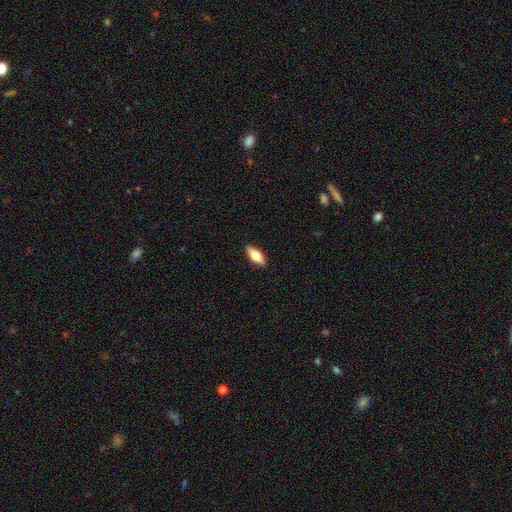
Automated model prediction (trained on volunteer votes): Smooth or featured: smooth — 68% (featured or disk — 26%)
How rounded: in between — 73% (cigar-shaped — 25%)
Merging: none — 89% (minor disturbance — 8%)